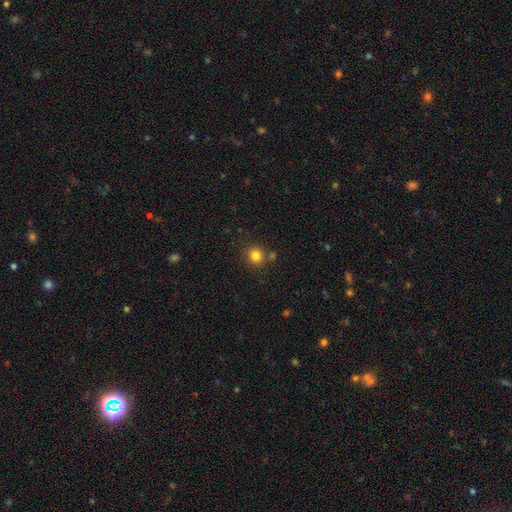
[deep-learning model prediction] A smooth galaxy with no disk features (83%) that is round (89%).

Vote fractions:
- Smooth or featured? smooth: 83% / star or artifact: 12% / featured or disk: 5%
- How rounded? round: 89% / in between: 10% / cigar-shaped: 1%
- Merging? none: 79% / merger: 9% / minor disturbance: 9% / major disturbance: 3%